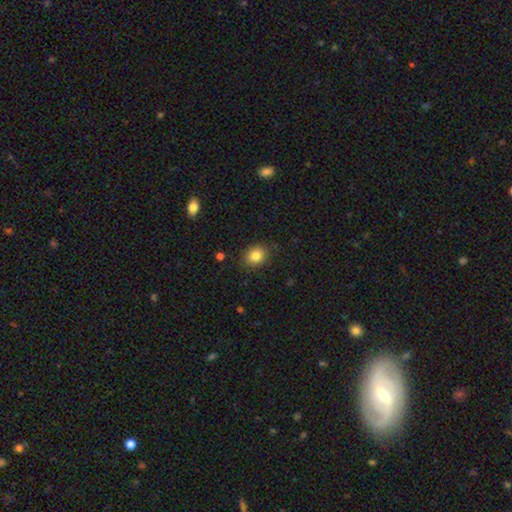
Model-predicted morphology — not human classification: Smooth or featured? smooth (84%)
How rounded? round (57%)
Merging? none (86%)